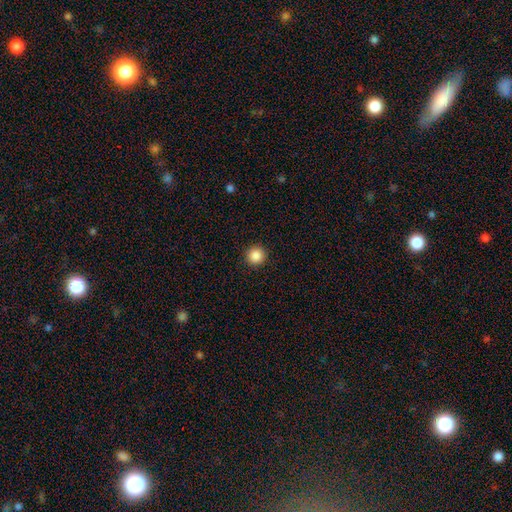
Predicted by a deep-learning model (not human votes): This is clearly a smooth galaxy (87%). How rounded: clearly round (95%). Merging: clearly none (93%).